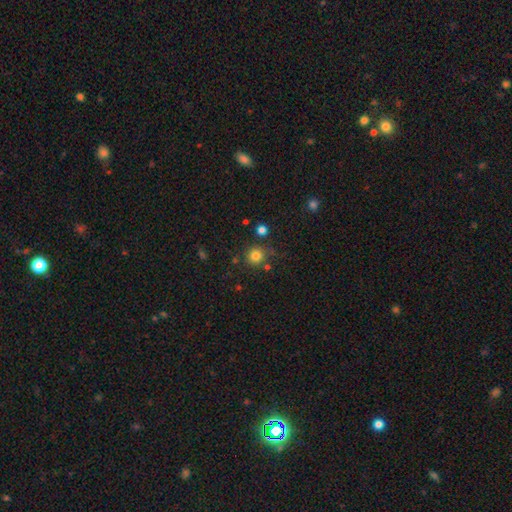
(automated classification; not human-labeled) smooth_or_featured: smooth (p=0.80) [alt: star or artifact p=0.14]
how_rounded: round (p=0.92) [alt: in between p=0.07]
merging: none (p=0.78) [alt: minor disturbance p=0.10]